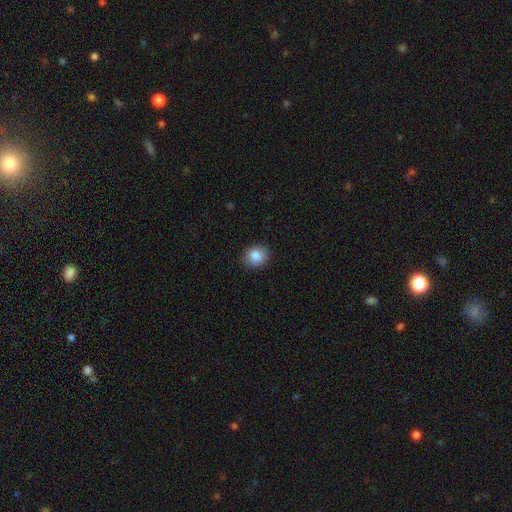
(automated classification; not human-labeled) smooth-or-featured: smooth: 86% | star or artifact: 9% | featured or disk: 5%
  how-rounded: round: 63% | in between: 36% | cigar-shaped: 1%
  merging: none: 89% | minor disturbance: 8% | major disturbance: 2% | merger: 1%